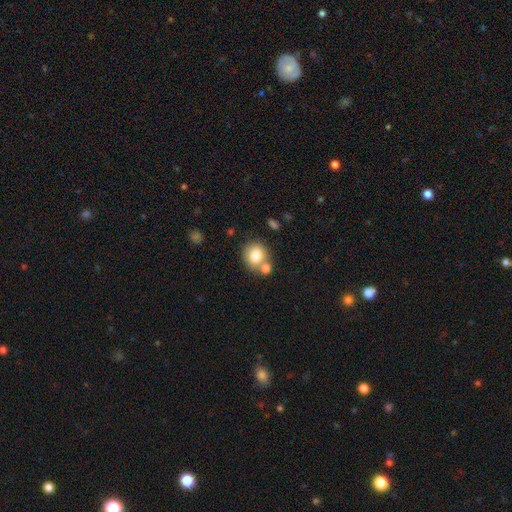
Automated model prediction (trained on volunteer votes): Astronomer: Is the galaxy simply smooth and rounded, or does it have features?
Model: smooth — 79%.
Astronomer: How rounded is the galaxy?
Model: round — 80%.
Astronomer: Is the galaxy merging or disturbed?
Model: none — 63%.